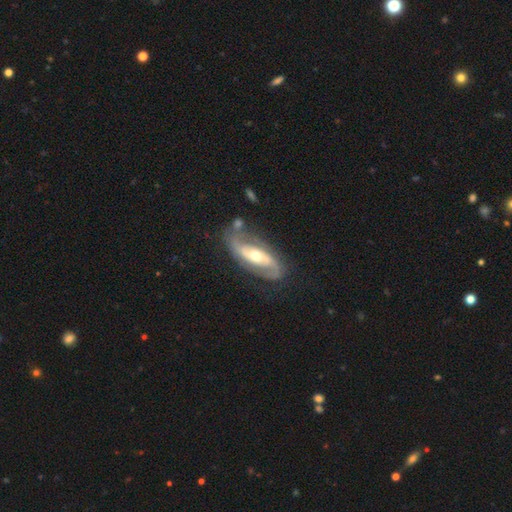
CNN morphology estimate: Smooth or featured: featured or disk — 86% (smooth — 9%)
Edge-on disk: no — 93% (yes — 7%)
Bar: no — 36% (weak — 32%)
Spiral arms: yes — 93% (no — 7%)
Spiral winding: medium — 45% (loose — 28%)
Spiral arm count: 2 — 89% (can't tell — 5%)
Bulge size: moderate — 63% (small — 31%)
Merging: none — 71% (minor disturbance — 17%)